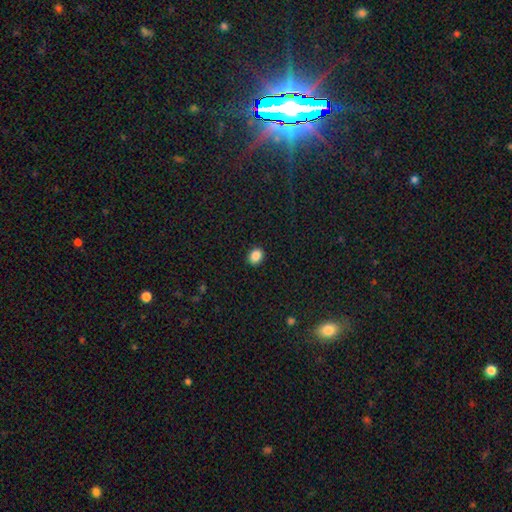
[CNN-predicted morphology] Smooth or featured? smooth (87%)
How rounded? in between (54%)
Merging? none (90%)